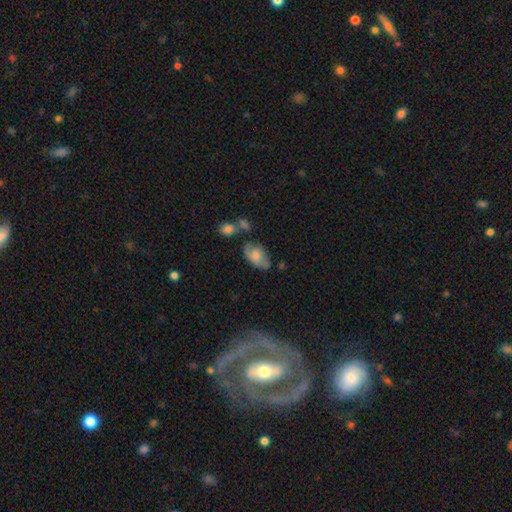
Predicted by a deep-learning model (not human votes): Smooth or featured?
  - smooth: 61% *
  - featured or disk: 32%
  - star or artifact: 7%
How rounded?
  - in between: 90% *
  - round: 8%
  - cigar-shaped: 2%
Merging?
  - none: 44% *
  - minor disturbance: 30%
  - major disturbance: 13%
  - merger: 13%